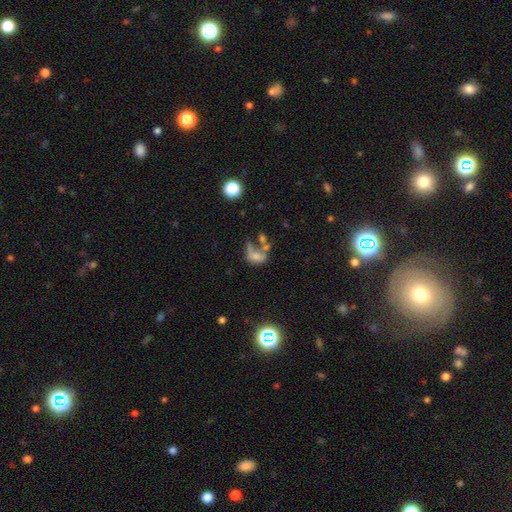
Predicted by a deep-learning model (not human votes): The model was most divided on "merging": merger: 35%, major disturbance: 28%, none: 22%, minor disturbance: 15%. More confident: how rounded — in between (78%); smooth or featured — smooth (55%).